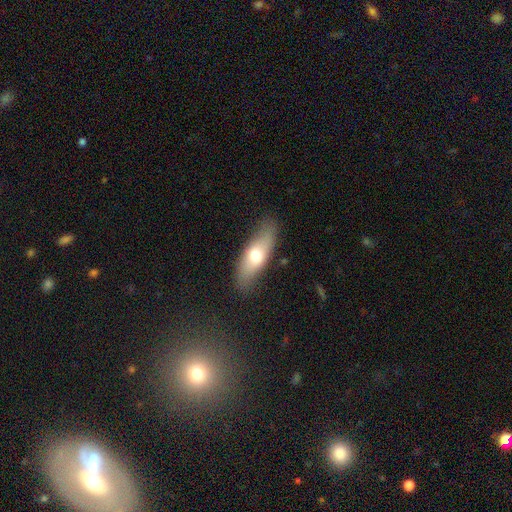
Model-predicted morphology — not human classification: Smooth or featured?
  - smooth: 62% *
  - featured or disk: 32%
  - star or artifact: 6%
How rounded?
  - in between: 63% *
  - cigar-shaped: 34%
  - round: 4%
Merging?
  - none: 79% *
  - minor disturbance: 15%
  - major disturbance: 5%
  - merger: 1%